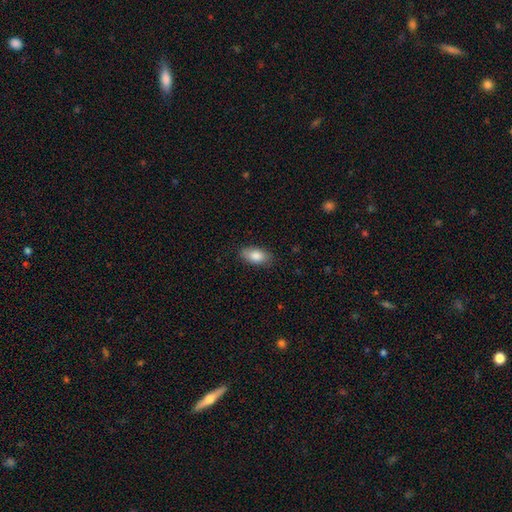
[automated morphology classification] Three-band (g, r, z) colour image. It shows a smooth galaxy with no disk features (84%) that is in between round and cigar-shaped (92%). Merging: none (84%).